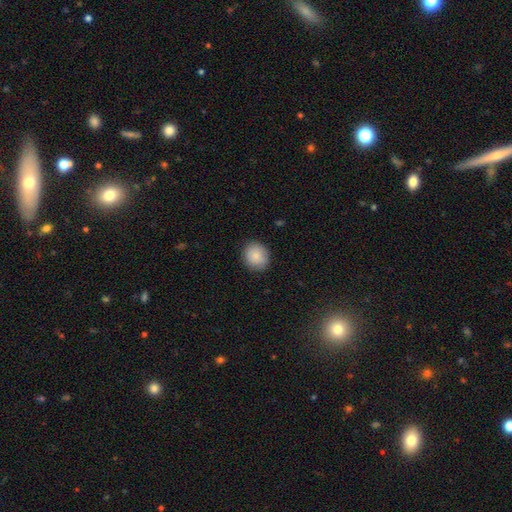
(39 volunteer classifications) smooth_or_featured: smooth (p=0.79) [alt: featured or disk p=0.10]
how_rounded: round (p=0.81) [alt: in between p=0.19]
merging: none (p=0.89) [alt: minor disturbance p=0.09]